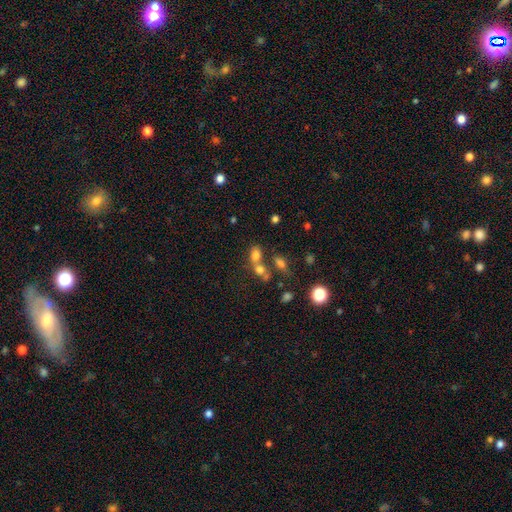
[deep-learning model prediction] Smooth or featured? smooth (71%)
How rounded? in between (66%)
Merging? merger (49%)